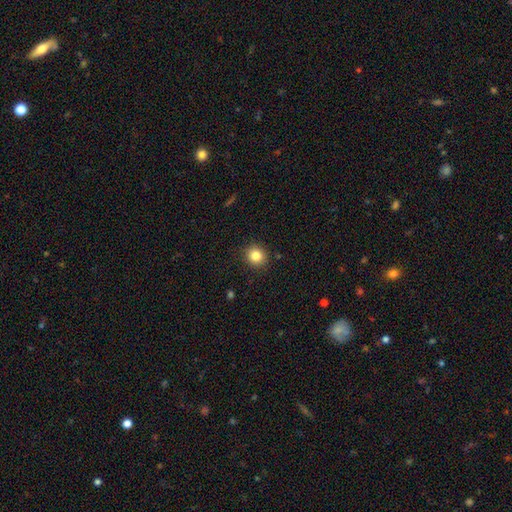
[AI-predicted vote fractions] smooth-or-featured: smooth: 83% | star or artifact: 11% | featured or disk: 6%
  how-rounded: round: 88% | in between: 11% | cigar-shaped: 1%
  merging: none: 90% | minor disturbance: 7% | major disturbance: 2% | merger: 1%